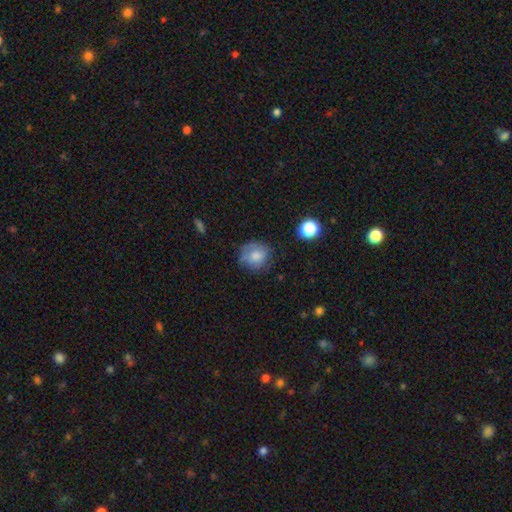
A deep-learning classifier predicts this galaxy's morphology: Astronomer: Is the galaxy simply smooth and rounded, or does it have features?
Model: smooth — 73%.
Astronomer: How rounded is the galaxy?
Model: round — 79%.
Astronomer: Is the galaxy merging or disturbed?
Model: none — 64%.